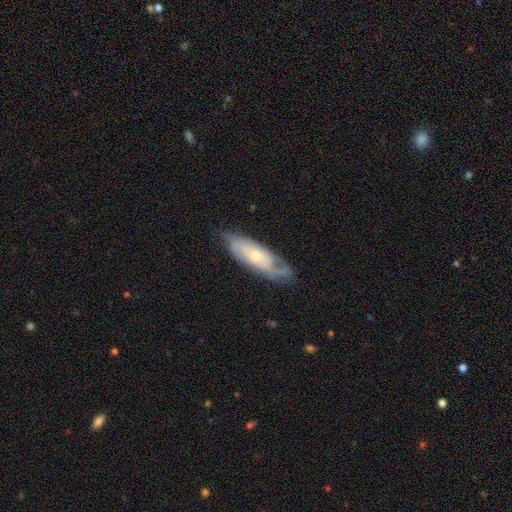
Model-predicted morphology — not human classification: This appears to be a featured or disk galaxy (68%) with no bar (73%), spiral arms (85%) and a small central bulge (54%). Merging: none (67%).